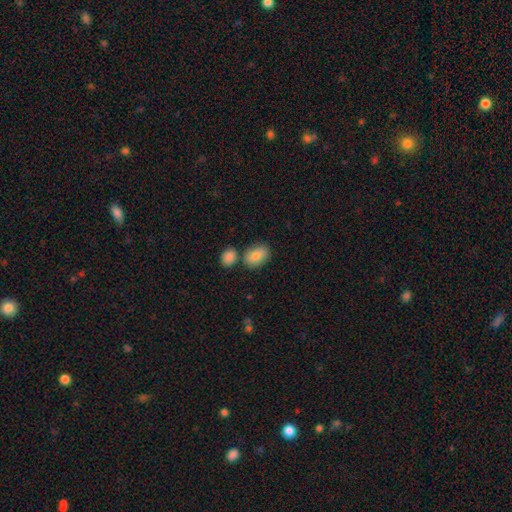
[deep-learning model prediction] Smooth or featured? smooth (83%)
How rounded? in between (80%)
Merging? none (67%)